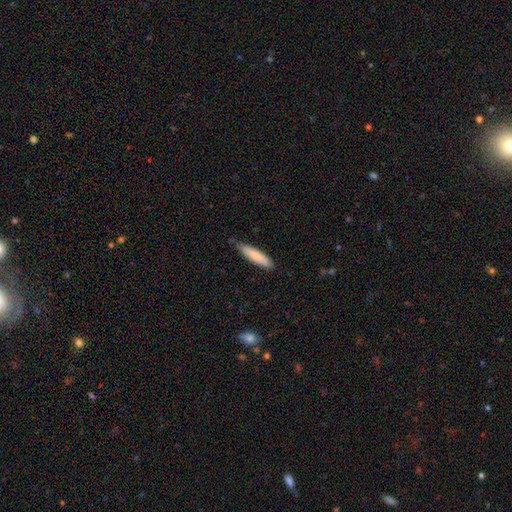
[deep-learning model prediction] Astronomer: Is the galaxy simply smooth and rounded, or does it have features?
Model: smooth — 84%.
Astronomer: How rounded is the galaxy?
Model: cigar-shaped — 81%.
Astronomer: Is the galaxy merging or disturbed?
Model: none — 77%.